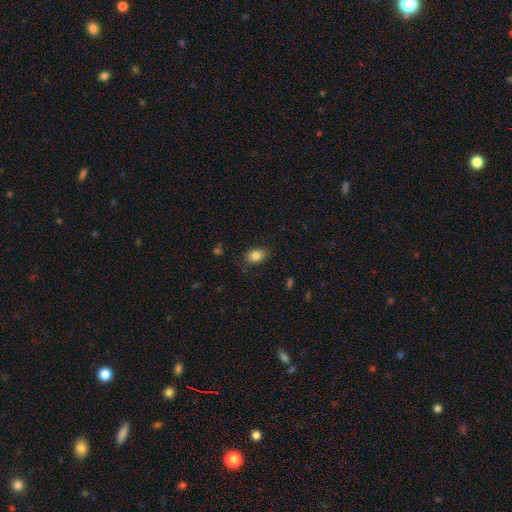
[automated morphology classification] This appears to be a smooth galaxy with no disk features (85%) that is in between round and cigar-shaped (72%). Merging: none (83%).